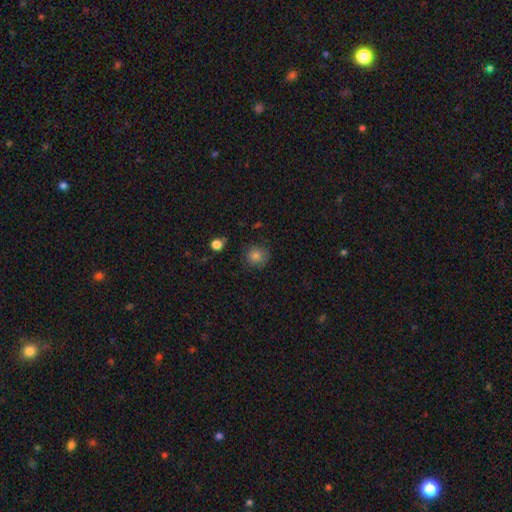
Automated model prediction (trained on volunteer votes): Q: Smooth or featured?
A: smooth (82%); runner-up: star or artifact (12%)
Q: How rounded?
A: round (91%); runner-up: in between (8%)
Q: Merging?
A: none (82%); runner-up: minor disturbance (13%)